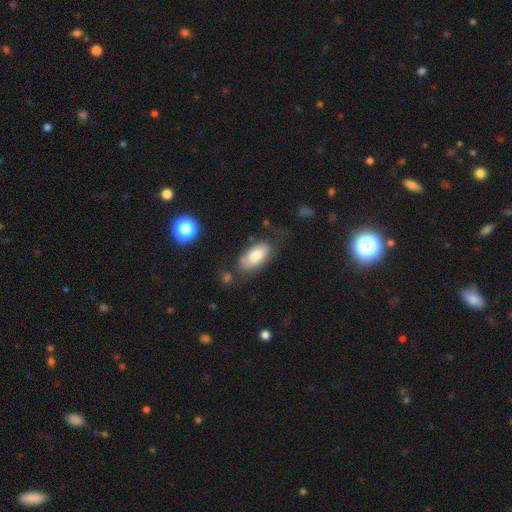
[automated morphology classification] A smooth galaxy with no disk features (75%) that is in between round and cigar-shaped (91%).

Vote fractions:
- Smooth or featured? smooth: 75% / featured or disk: 18% / star or artifact: 7%
- How rounded? in between: 91% / cigar-shaped: 7% / round: 3%
- Merging? none: 63% / minor disturbance: 22% / major disturbance: 11% / merger: 5%